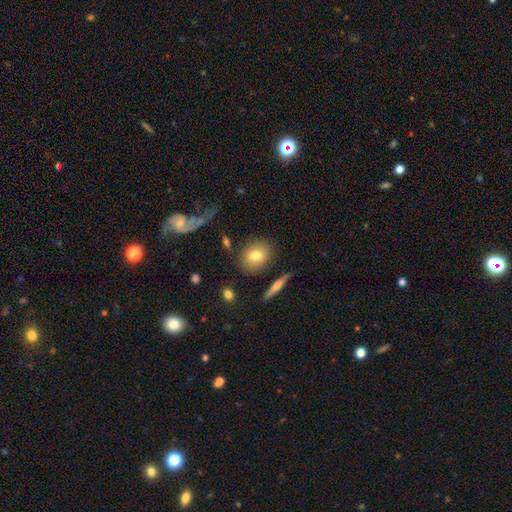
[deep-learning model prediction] smooth_or_featured: smooth (p=0.74) [alt: featured or disk p=0.17]
how_rounded: round (p=0.55) [alt: in between p=0.43]
merging: none (p=0.82) [alt: minor disturbance p=0.10]